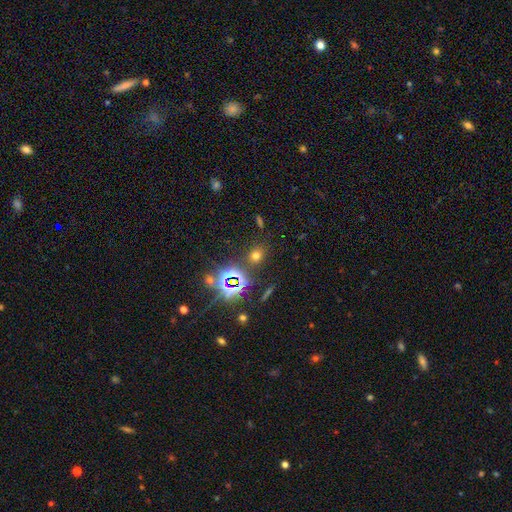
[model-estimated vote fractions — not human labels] Overall: smooth (59%; star or artifact 33%). How rounded: round (70%). Merging: none (84%).